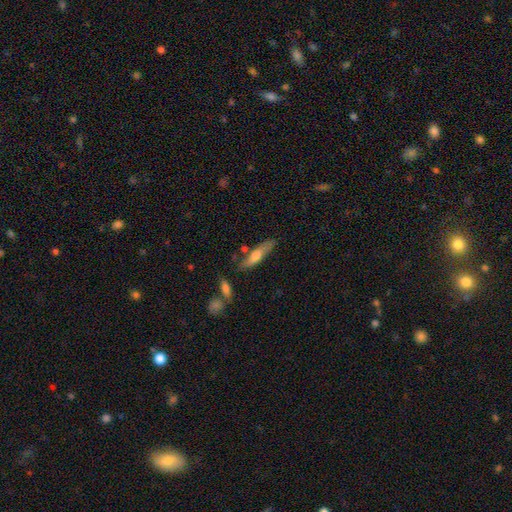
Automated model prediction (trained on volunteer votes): Morphology: type=smooth (58%); roundness=cigar-shaped (75%); merging=none (70%).